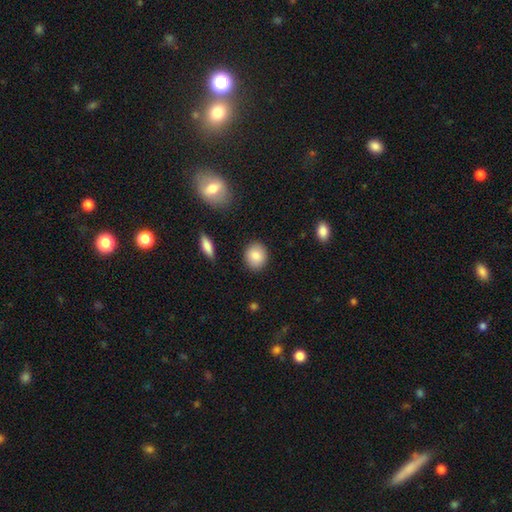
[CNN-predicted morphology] A smooth galaxy with no disk features (86%) that is round (69%). Merging: none (89%).